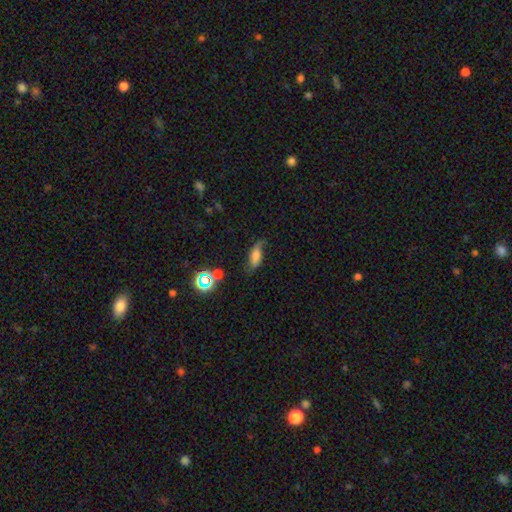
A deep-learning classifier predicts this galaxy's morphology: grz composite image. It shows a smooth galaxy with no disk features (59%) that is in between round and cigar-shaped (68%). Merging: none (51%).